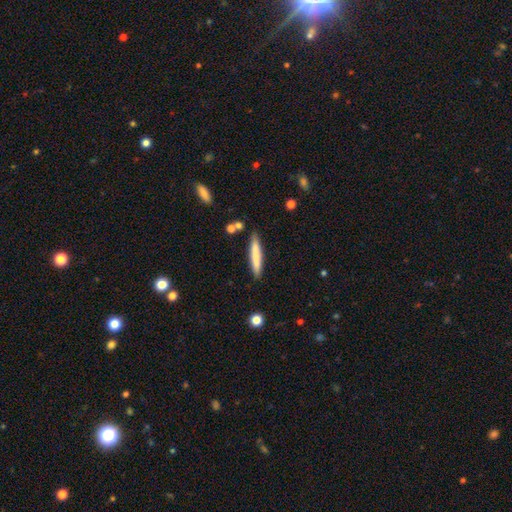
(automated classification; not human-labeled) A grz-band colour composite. It shows a smooth galaxy with no disk features (76%) that is cigar-shaped (93%). Merging: none (87%).